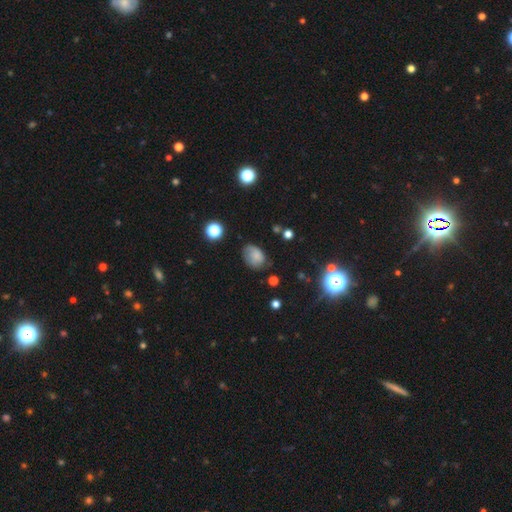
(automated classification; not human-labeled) smooth 73%, star or artifact 14%, featured or disk 13%. Down the decision tree: how rounded — in between (74%); merging — none (59%).